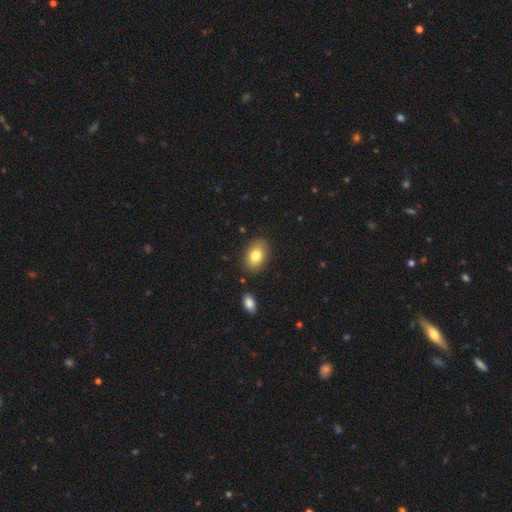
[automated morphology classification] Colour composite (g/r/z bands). It shows a smooth galaxy with no disk features (81%) that is in between round and cigar-shaped (86%). Merging: none (85%).